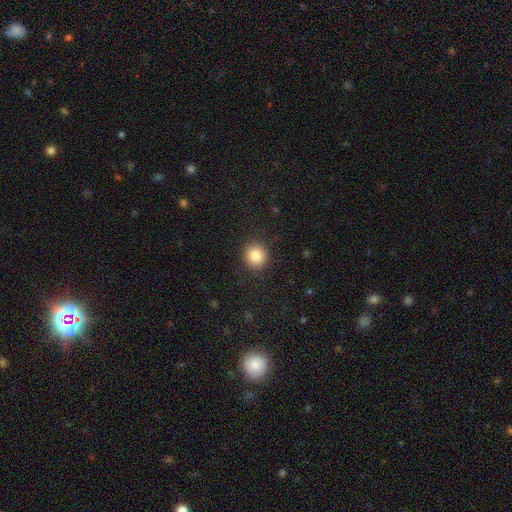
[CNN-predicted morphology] Smooth or featured?
  - smooth: 85% *
  - star or artifact: 10%
  - featured or disk: 5%
How rounded?
  - round: 89% *
  - in between: 10%
  - cigar-shaped: 1%
Merging?
  - none: 89% *
  - minor disturbance: 7%
  - major disturbance: 3%
  - merger: 1%